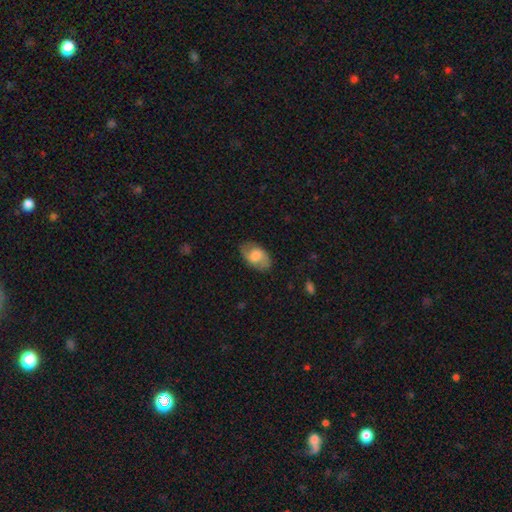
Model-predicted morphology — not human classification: Smooth or featured? smooth (63%)
How rounded? in between (91%)
Merging? none (73%)